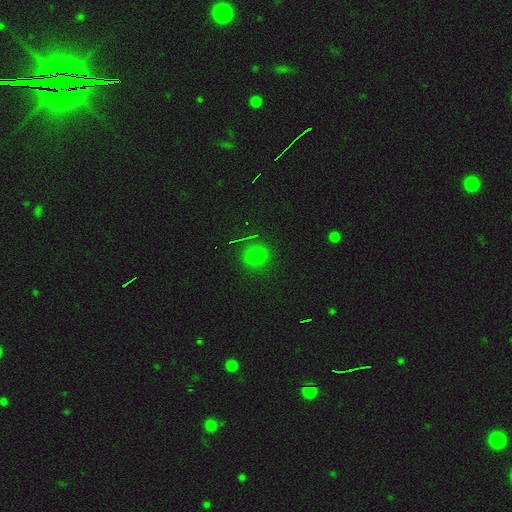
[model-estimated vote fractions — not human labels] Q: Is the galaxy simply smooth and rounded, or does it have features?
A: smooth — 74%.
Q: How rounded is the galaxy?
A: round — 72%.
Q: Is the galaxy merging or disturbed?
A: none — 86%.